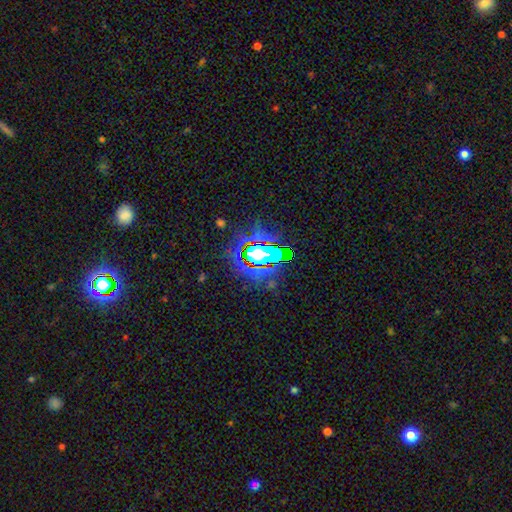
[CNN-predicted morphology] Overall: star or artifact (80%).